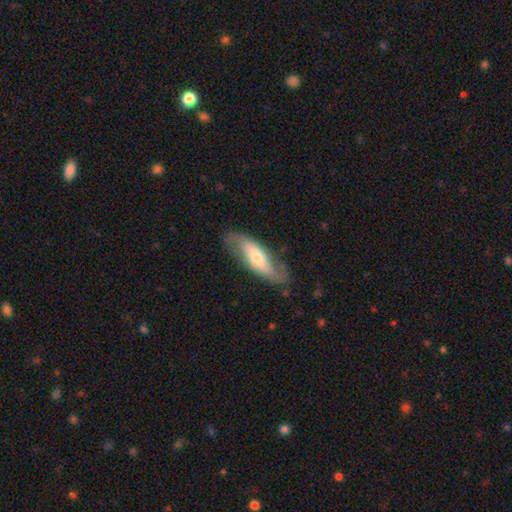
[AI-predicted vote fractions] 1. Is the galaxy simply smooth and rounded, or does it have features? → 68% featured or disk, 26% smooth, 6% star or artifact.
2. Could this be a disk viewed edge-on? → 81% no, 19% yes.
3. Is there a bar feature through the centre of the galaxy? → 45% no, 32% weak, 24% strong.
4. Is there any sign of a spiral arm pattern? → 87% yes, 13% no.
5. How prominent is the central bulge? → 57% moderate, 31% small, 8% large, 2% none, 2% dominant.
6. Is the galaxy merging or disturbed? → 78% none, 16% minor disturbance, 5% major disturbance, 1% merger.